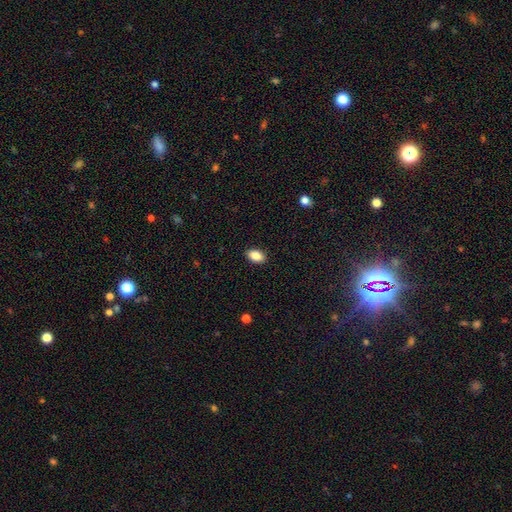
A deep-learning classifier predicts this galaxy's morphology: Smooth or featured? smooth (87%)
How rounded? in between (90%)
Merging? none (90%)